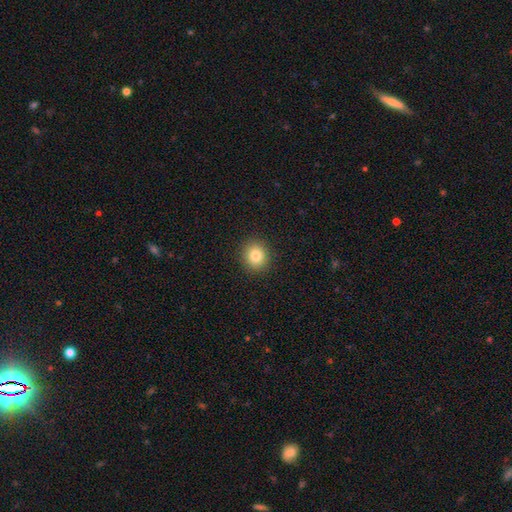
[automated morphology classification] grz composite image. It shows a smooth galaxy with no disk features (83%) that is round (86%). Merging: none (91%).